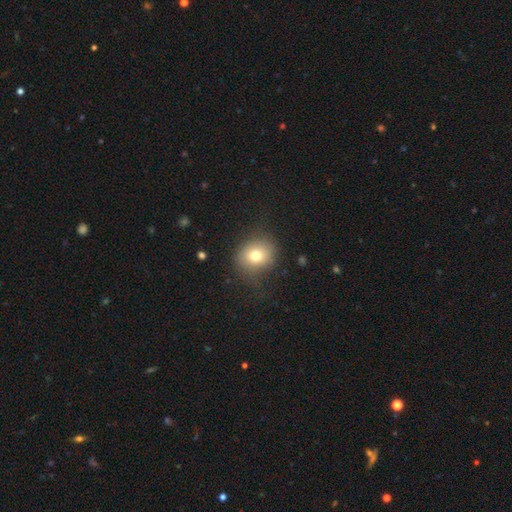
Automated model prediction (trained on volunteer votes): smooth_or_featured: smooth (p=0.74) [alt: featured or disk p=0.14]
how_rounded: round (p=0.73) [alt: in between p=0.26]
merging: none (p=0.73) [alt: minor disturbance p=0.17]